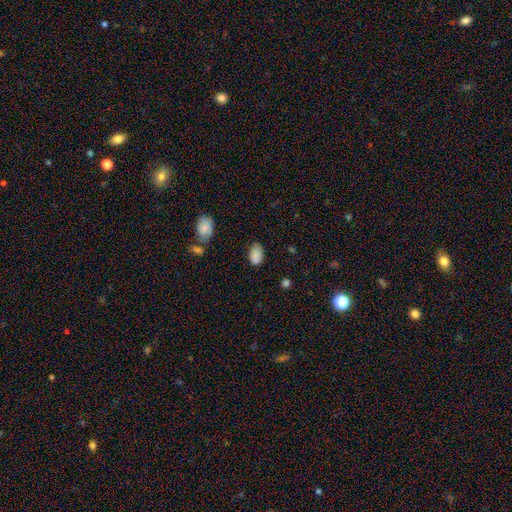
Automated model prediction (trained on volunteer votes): smooth_or_featured: smooth (p=0.86) [alt: star or artifact p=0.08]
how_rounded: in between (p=0.91) [alt: round p=0.08]
merging: none (p=0.66) [alt: minor disturbance p=0.25]